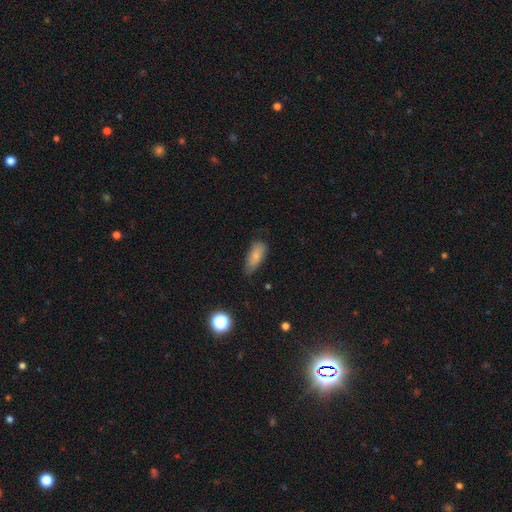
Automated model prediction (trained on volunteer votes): The model was most divided on "merging": none: 57%, minor disturbance: 34%, major disturbance: 7%, merger: 2%. More confident: how rounded — in between (82%); smooth or featured — smooth (78%).